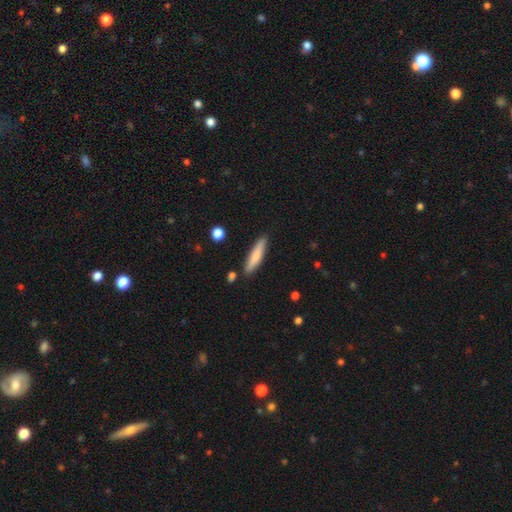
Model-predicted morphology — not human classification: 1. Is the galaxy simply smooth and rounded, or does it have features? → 75% smooth, 19% featured or disk, 6% star or artifact.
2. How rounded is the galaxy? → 85% cigar-shaped, 13% in between, 1% round.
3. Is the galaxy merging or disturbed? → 86% none, 9% minor disturbance, 3% merger, 2% major disturbance.